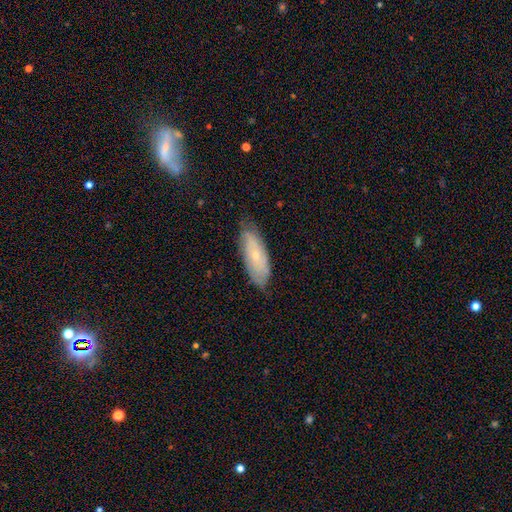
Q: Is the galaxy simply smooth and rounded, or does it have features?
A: smooth — 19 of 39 (49%).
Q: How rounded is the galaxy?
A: in between — 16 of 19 (84%).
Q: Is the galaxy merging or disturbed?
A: none — 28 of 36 (78%).